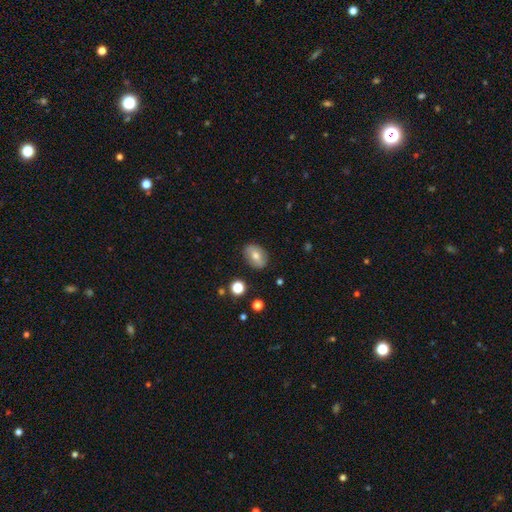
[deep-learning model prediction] Smooth or featured? smooth (64%)
How rounded? in between (80%)
Merging? none (84%)